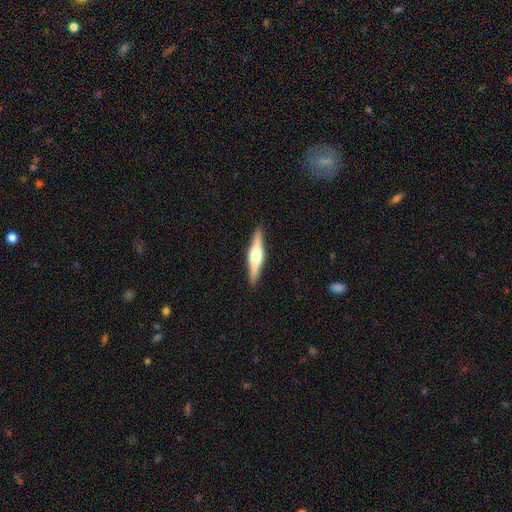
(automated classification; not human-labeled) featured or disk 65%, smooth 29%, star or artifact 5%. Down the decision tree: edge-on disk — yes (97%); edge-on bulge — rounded (92%); merging — none (91%).